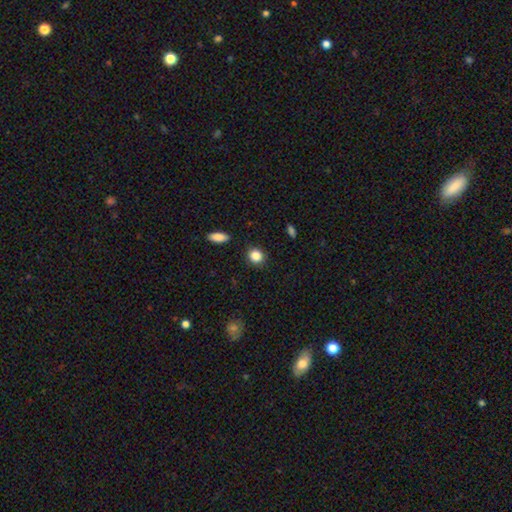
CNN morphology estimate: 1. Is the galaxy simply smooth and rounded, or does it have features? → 86% smooth, 10% star or artifact, 5% featured or disk.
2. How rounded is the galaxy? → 78% round, 21% in between, 1% cigar-shaped.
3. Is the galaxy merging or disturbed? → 89% none, 7% minor disturbance, 2% major disturbance, 2% merger.